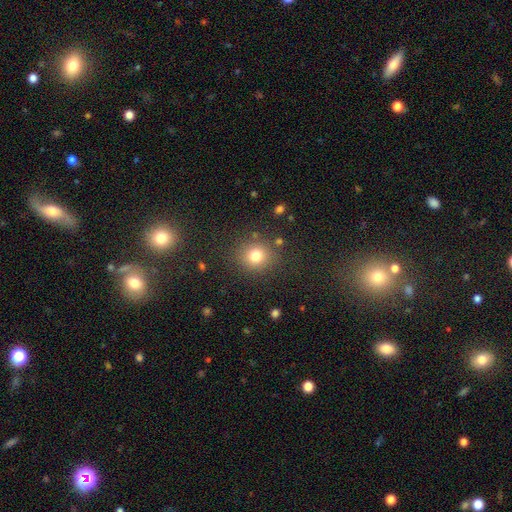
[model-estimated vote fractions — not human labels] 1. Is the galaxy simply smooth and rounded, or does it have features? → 78% smooth, 14% star or artifact, 8% featured or disk.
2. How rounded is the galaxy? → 84% round, 15% in between, 1% cigar-shaped.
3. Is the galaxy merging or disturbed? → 84% none, 9% minor disturbance, 4% major disturbance, 3% merger.